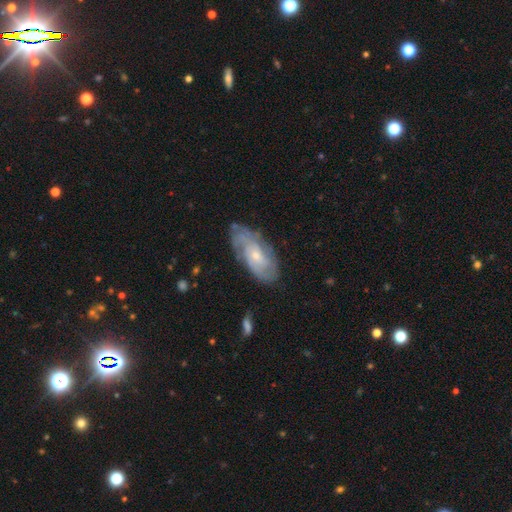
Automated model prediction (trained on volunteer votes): Q: Smooth or featured?
A: featured or disk (73%); runner-up: smooth (20%)
Q: Edge-on disk?
A: no (93%); runner-up: yes (7%)
Q: Bar?
A: no (71%); runner-up: weak (25%)
Q: Spiral arms?
A: yes (90%); runner-up: no (10%)
Q: Spiral winding?
A: tight (59%); runner-up: medium (32%)
Q: Spiral arm count?
A: can't tell (45%); runner-up: 2 (27%)
Q: Bulge size?
A: small (66%); runner-up: moderate (30%)
Q: Merging?
A: none (70%); runner-up: minor disturbance (21%)